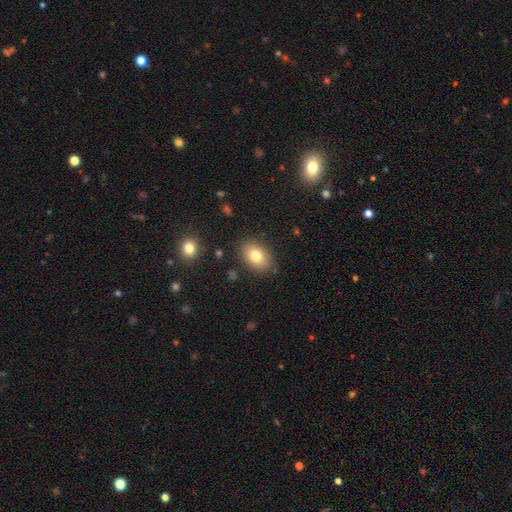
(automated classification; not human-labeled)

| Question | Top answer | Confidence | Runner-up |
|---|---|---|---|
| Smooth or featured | smooth | 79% | featured or disk (12%) |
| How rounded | in between | 82% | round (17%) |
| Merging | none | 85% | minor disturbance (10%) |